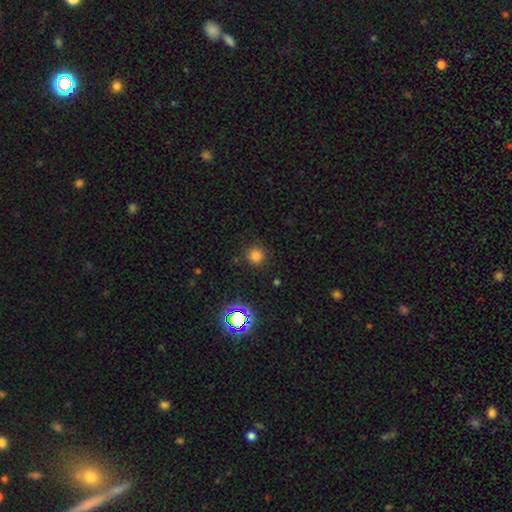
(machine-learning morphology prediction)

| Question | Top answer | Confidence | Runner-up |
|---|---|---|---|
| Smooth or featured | smooth | 77% | star or artifact (18%) |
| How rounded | round | 93% | in between (6%) |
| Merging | none | 87% | minor disturbance (8%) |